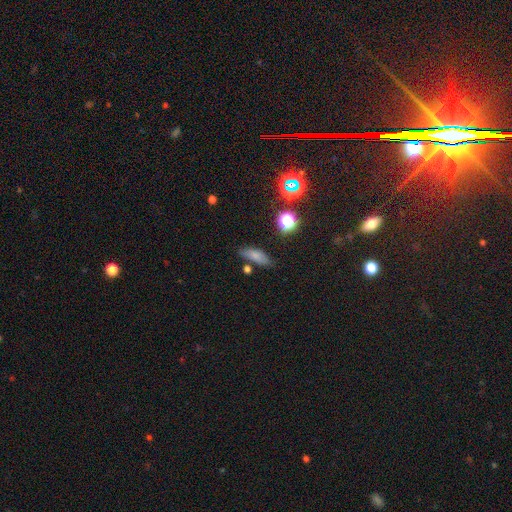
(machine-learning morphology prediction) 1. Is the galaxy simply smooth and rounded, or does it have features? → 73% smooth, 14% star or artifact, 12% featured or disk.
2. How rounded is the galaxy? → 61% in between, 33% cigar-shaped, 6% round.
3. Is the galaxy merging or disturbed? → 74% none, 16% minor disturbance, 6% merger, 4% major disturbance.